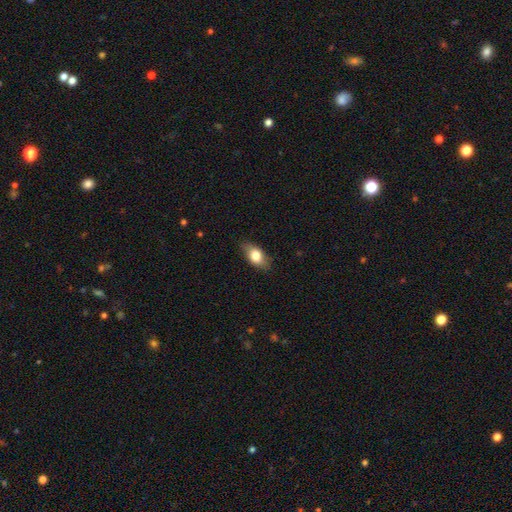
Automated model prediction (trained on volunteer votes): Smooth or featured: smooth — 76% (featured or disk — 16%)
How rounded: in between — 85% (round — 9%)
Merging: none — 79% (minor disturbance — 17%)